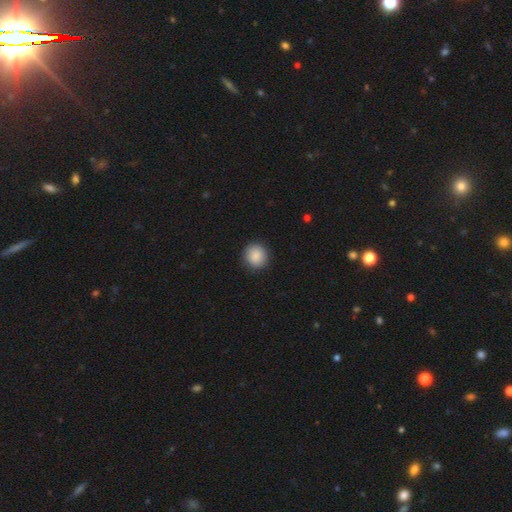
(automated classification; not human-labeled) Morphology: type=smooth (89%); roundness=round (91%); merging=none (91%).